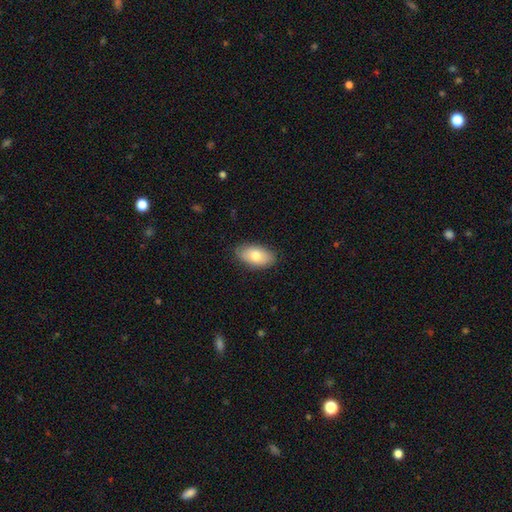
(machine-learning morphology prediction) The model was most divided on "smooth or featured": smooth: 78%, featured or disk: 15%, star or artifact: 6%. More confident: how rounded — in between (94%); merging — none (86%).